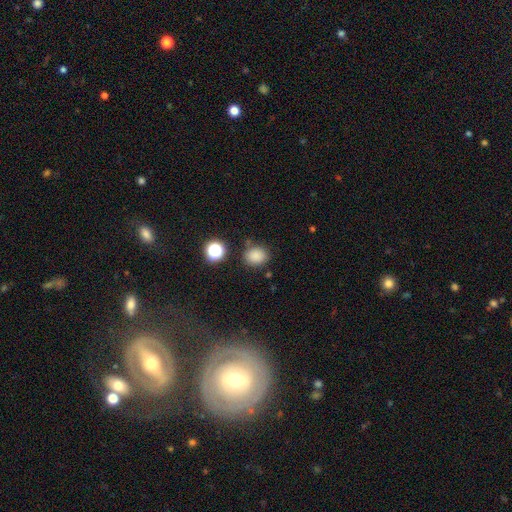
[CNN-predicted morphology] Overall: smooth (82%). How rounded: round (62%; in between 37%). Merging: none (79%).